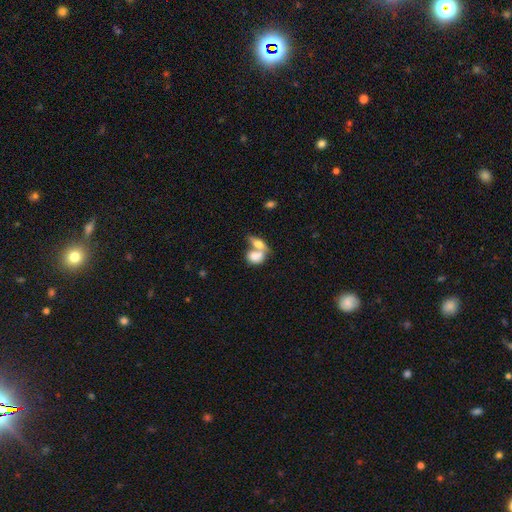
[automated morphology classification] Smooth or featured: smooth — 73% (featured or disk — 20%)
How rounded: in between — 77% (round — 20%)
Merging: merger — 72% (none — 17%)